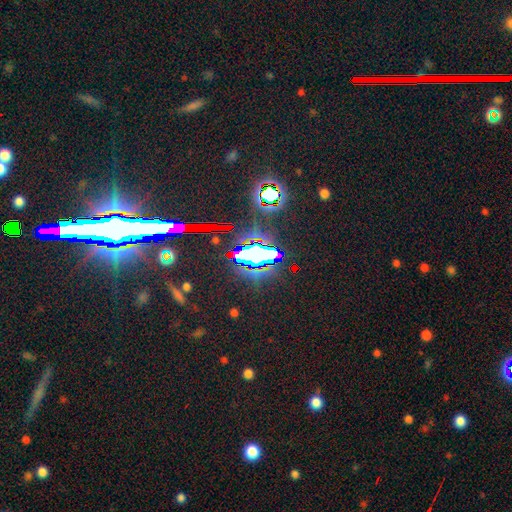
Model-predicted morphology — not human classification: A star or artifact, not a galaxy (66%).